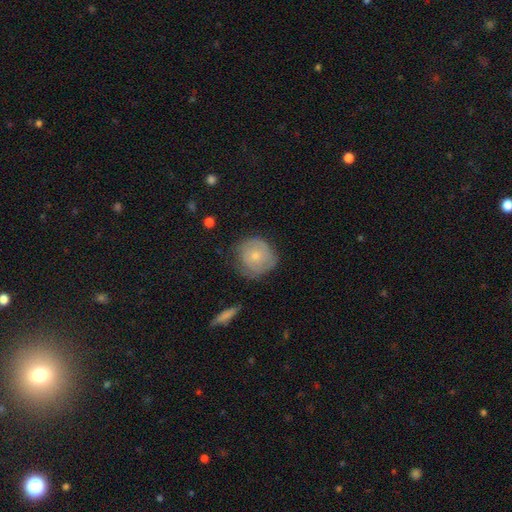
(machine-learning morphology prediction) The model was most divided on "smooth or featured": smooth: 60%, featured or disk: 33%, star or artifact: 7%. More confident: how rounded — round (88%); merging — none (65%).